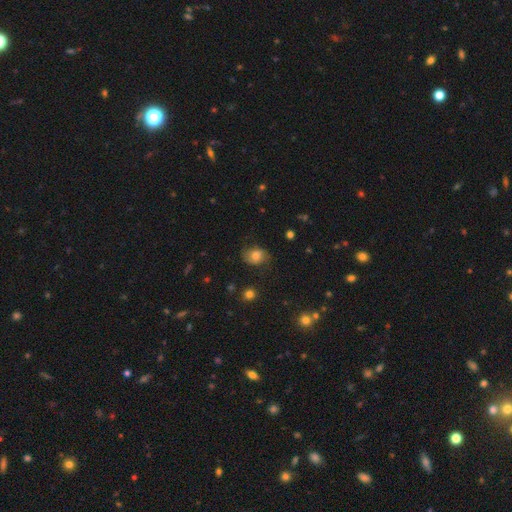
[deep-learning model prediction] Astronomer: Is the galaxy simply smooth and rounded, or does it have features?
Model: smooth — 64%.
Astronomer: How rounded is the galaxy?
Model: in between — 59% (runner-up: round, 40%).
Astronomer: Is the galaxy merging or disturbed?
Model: none — 71%.